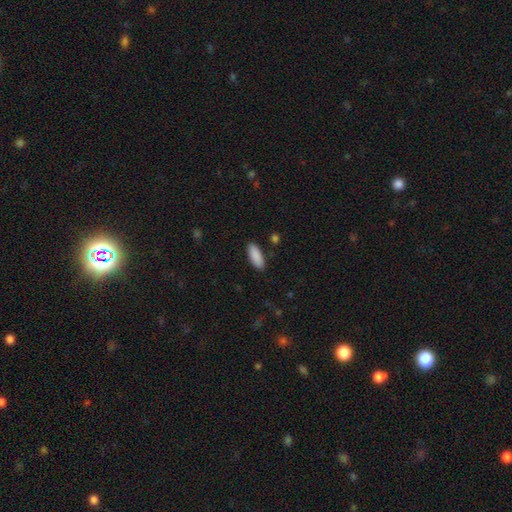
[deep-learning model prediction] This is clearly a smooth galaxy (90%). How rounded: likely in between (77%). Merging: clearly none (87%).